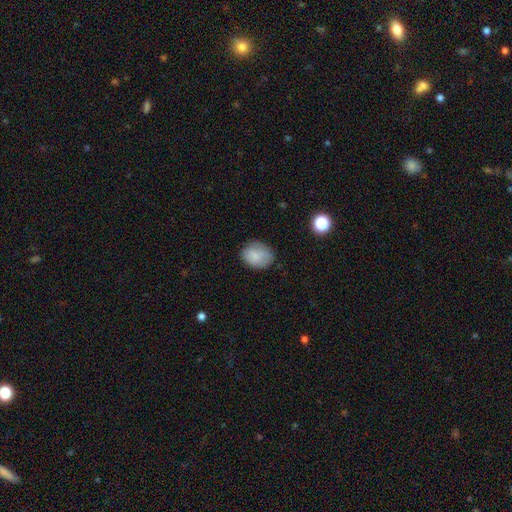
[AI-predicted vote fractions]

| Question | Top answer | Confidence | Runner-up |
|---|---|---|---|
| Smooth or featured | smooth | 84% | featured or disk (8%) |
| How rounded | in between | 54% | round (45%) |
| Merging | none | 77% | minor disturbance (18%) |